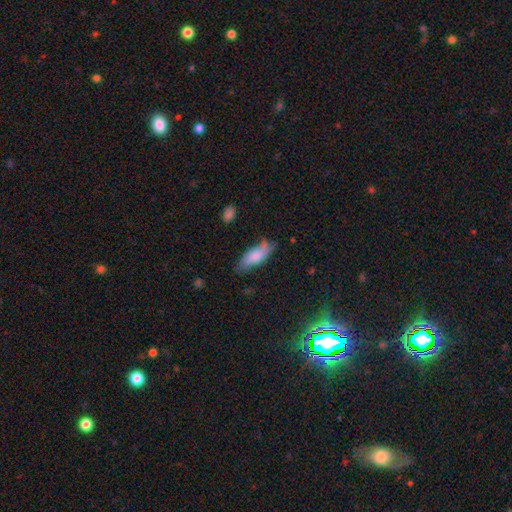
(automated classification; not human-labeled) A smooth galaxy with no disk features (74%) that is in between round and cigar-shaped (68%). Merging: none (65%).